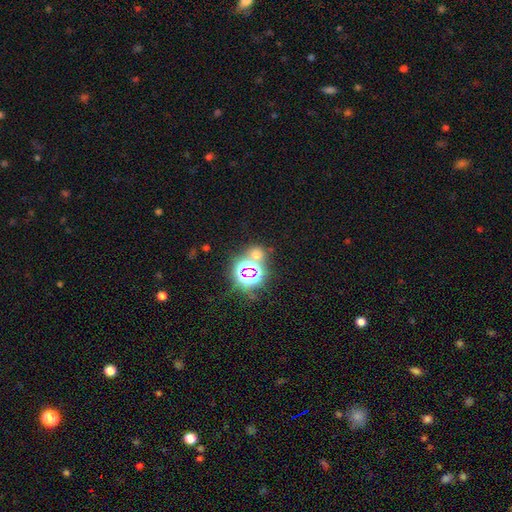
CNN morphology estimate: star or artifact 58%, smooth 34%, featured or disk 8%.